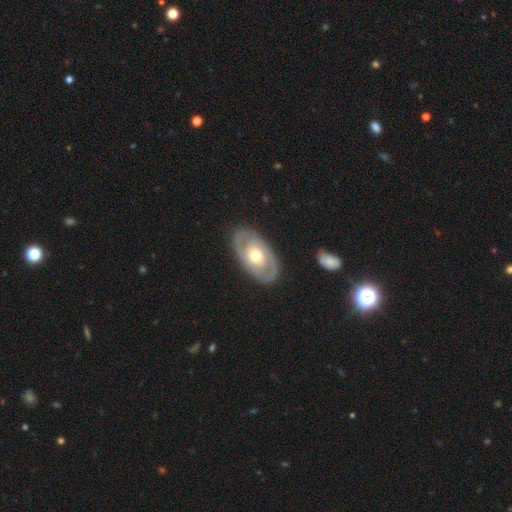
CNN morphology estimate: A featured or disk galaxy (71%) with no bar (81%), spiral arms (58%) and a moderate central bulge (72%). Merging: none (85%).